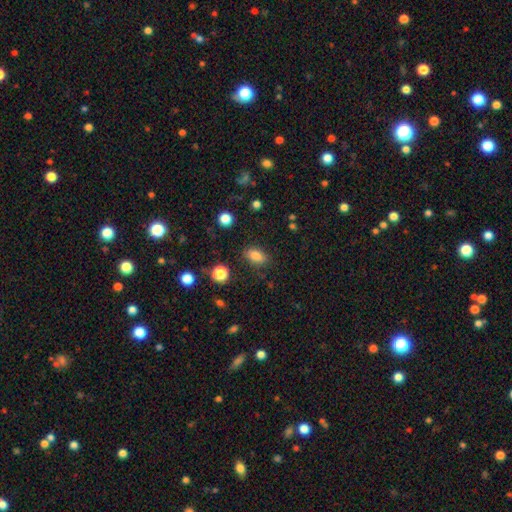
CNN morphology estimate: This appears to be a smooth galaxy with no disk features (82%) that is in between round and cigar-shaped (85%). Merging: none (83%).